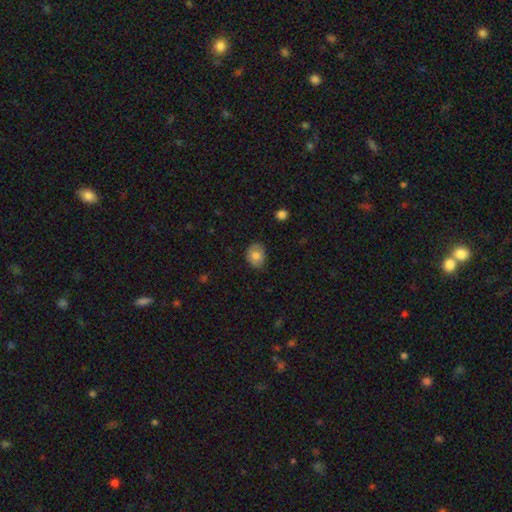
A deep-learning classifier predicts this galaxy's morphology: smooth 76%, featured or disk 16%, star or artifact 8%. Down the decision tree: how rounded — in between (50%); merging — none (75%).